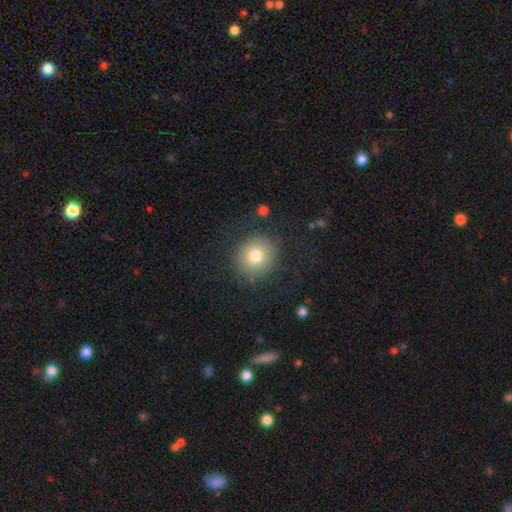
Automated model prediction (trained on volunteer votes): Overall: smooth (76%). How rounded: round (88%). Merging: none (80%).